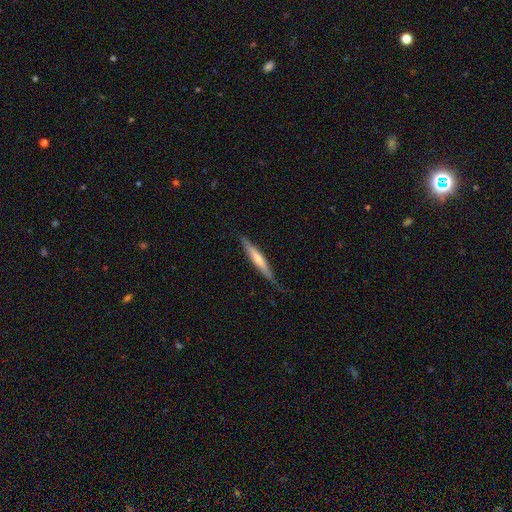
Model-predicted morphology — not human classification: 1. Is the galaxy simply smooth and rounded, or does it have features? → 57% featured or disk, 37% smooth, 6% star or artifact.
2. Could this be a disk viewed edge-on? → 96% yes, 4% no.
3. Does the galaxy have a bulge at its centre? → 56% rounded, 34% none, 10% boxy.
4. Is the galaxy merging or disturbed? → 80% none, 16% minor disturbance, 3% major disturbance, 1% merger.